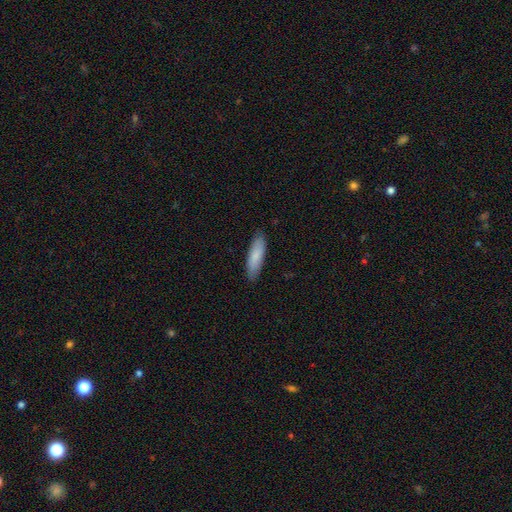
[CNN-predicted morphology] Smooth or featured? smooth (84%)
How rounded? cigar-shaped (61%)
Merging? none (87%)